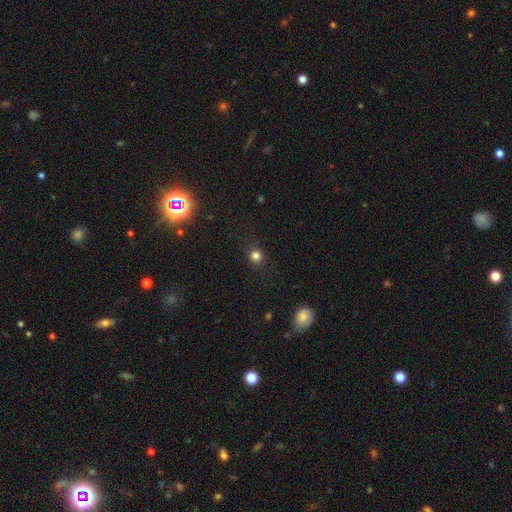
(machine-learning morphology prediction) type=smooth (80%); roundness=round (90%); merging=none (89%).